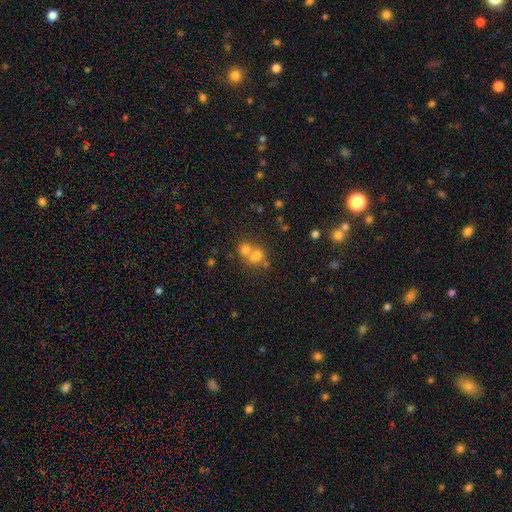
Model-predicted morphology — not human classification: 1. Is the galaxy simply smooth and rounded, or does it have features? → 65% smooth, 18% star or artifact, 17% featured or disk.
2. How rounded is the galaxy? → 62% round, 36% in between, 1% cigar-shaped.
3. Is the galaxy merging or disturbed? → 60% merger, 29% none, 6% minor disturbance, 4% major disturbance.